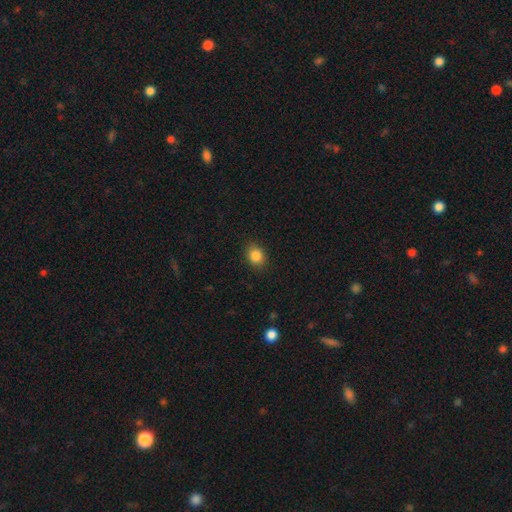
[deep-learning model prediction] Q: Smooth or featured?
A: smooth (86%); runner-up: star or artifact (10%)
Q: How rounded?
A: round (59%); runner-up: in between (40%)
Q: Merging?
A: none (87%); runner-up: minor disturbance (9%)